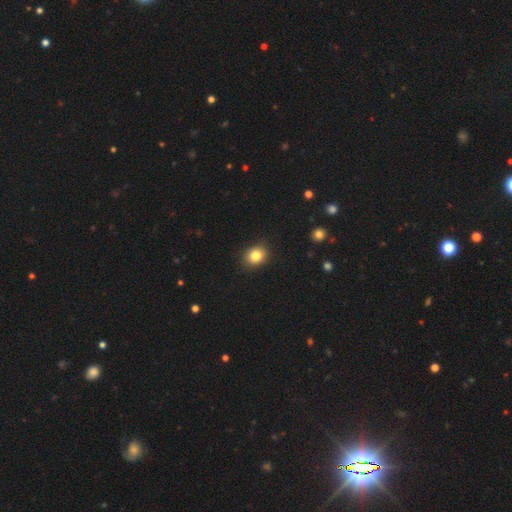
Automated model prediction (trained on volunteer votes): Q: Smooth or featured?
A: smooth (83%); runner-up: star or artifact (11%)
Q: How rounded?
A: round (54%); runner-up: in between (45%)
Q: Merging?
A: none (87%); runner-up: minor disturbance (10%)